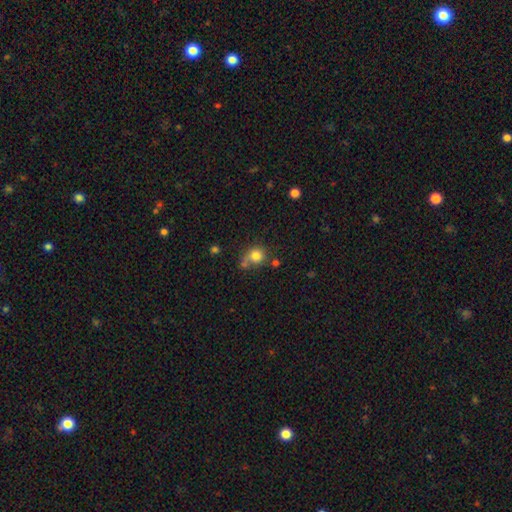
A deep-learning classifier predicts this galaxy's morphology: This is likely a smooth galaxy (79%). How rounded: clearly round (84%). Merging: possibly none (54%).